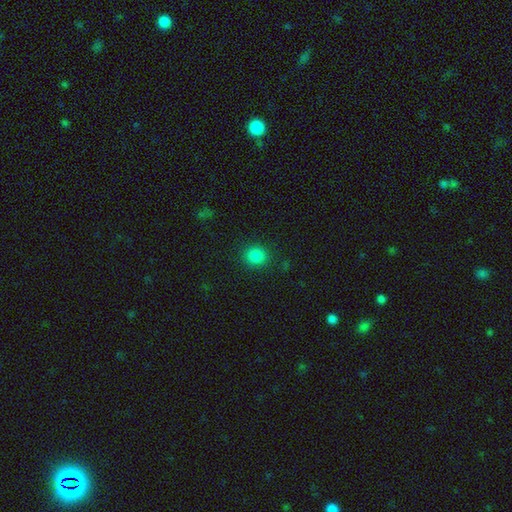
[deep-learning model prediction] This is clearly a smooth galaxy (84%). How rounded: clearly round (83%). Merging: clearly none (89%).